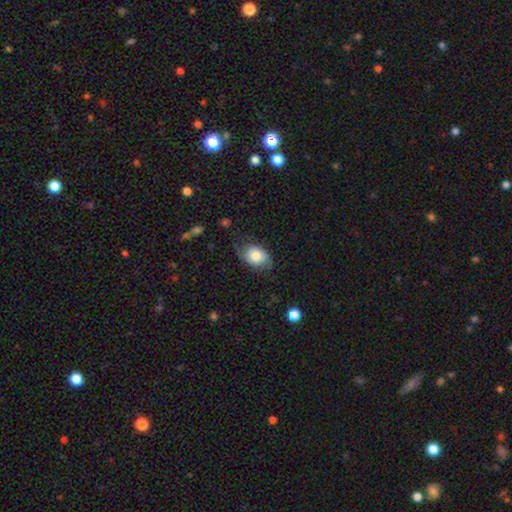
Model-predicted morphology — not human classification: smooth 75%, featured or disk 18%, star or artifact 7%. Down the decision tree: how rounded — in between (83%); merging — none (62%).